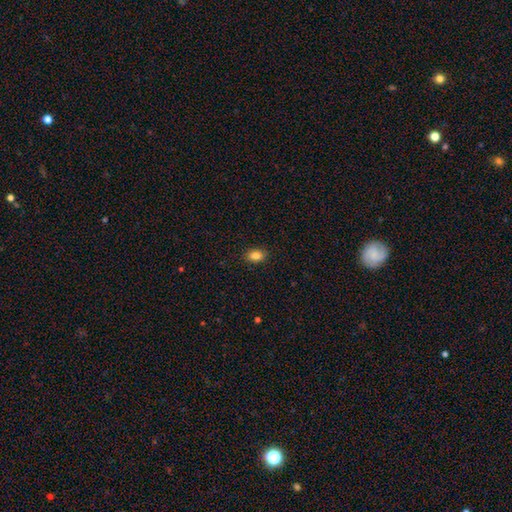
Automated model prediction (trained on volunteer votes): smooth_or_featured: smooth (p=0.86) [alt: star or artifact p=0.09]
how_rounded: in between (p=0.81) [alt: round p=0.17]
merging: none (p=0.89) [alt: minor disturbance p=0.08]